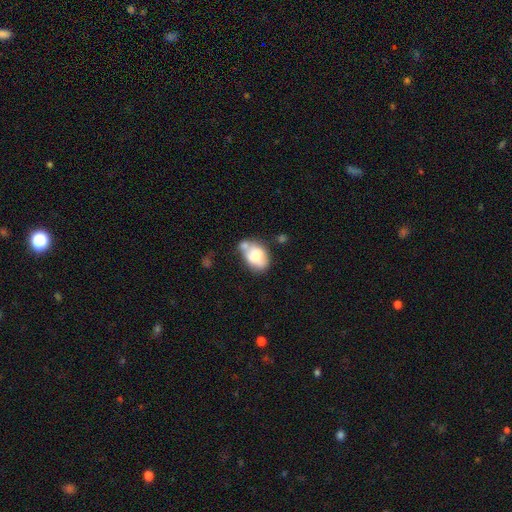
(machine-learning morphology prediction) type=smooth (67%); roundness=in between (78%); merging=merger (34%, tied with none).